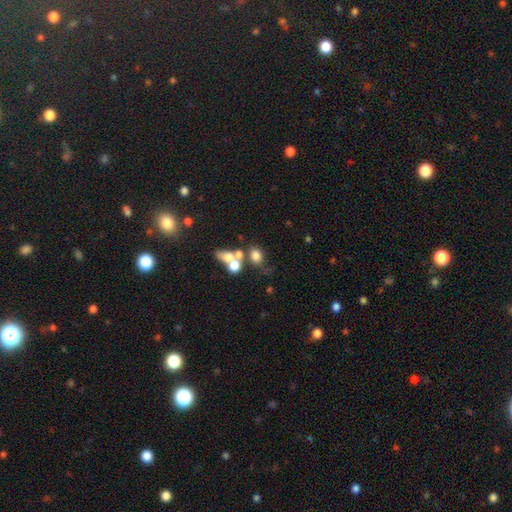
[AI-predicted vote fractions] This appears to be a smooth galaxy with no disk features (67%) that is round (51%). Merging: merger (46%).